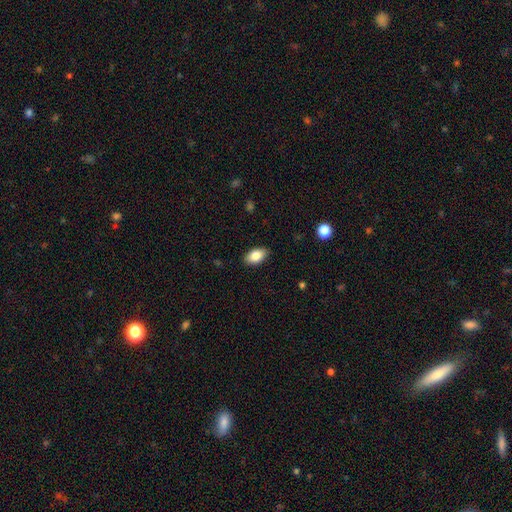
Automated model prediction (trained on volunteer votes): Q: Smooth or featured?
A: smooth (84%); runner-up: featured or disk (9%)
Q: How rounded?
A: in between (92%); runner-up: round (6%)
Q: Merging?
A: none (87%); runner-up: minor disturbance (10%)